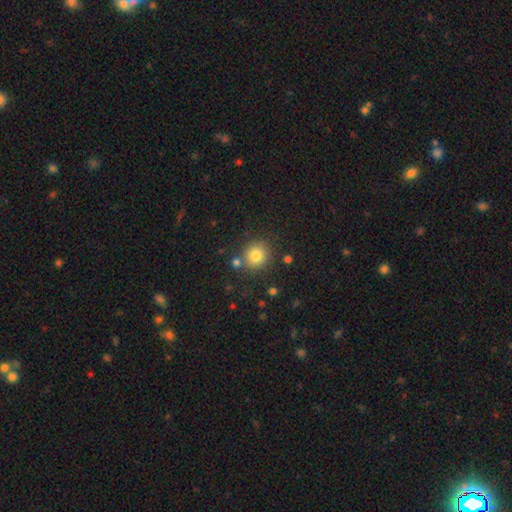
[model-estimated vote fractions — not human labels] This appears to be a smooth galaxy with no disk features (81%) that is round (89%). Merging: none (80%).